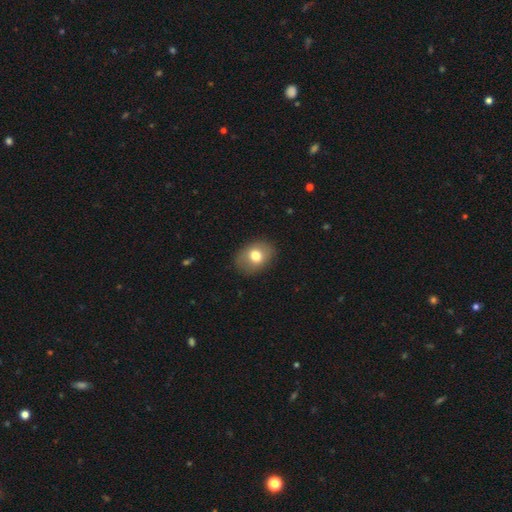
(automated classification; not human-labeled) smooth 73%, featured or disk 19%, star or artifact 9%. Down the decision tree: how rounded — in between (65%); merging — none (84%).